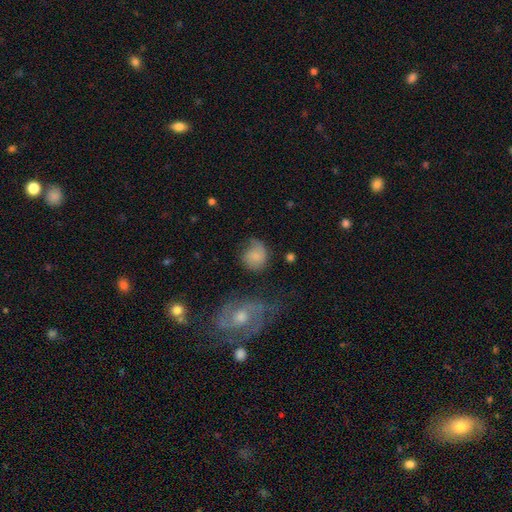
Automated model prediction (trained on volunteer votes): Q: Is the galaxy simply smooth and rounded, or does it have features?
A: smooth — 72%.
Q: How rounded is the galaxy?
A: round — 72%.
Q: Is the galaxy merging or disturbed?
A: none — 48%.